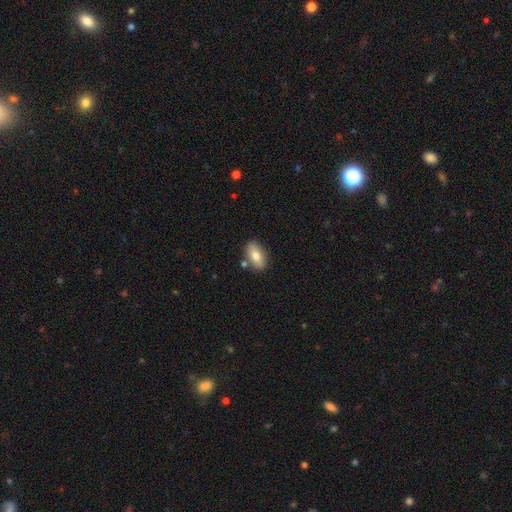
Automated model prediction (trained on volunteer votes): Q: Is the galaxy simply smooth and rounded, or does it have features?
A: smooth — 77%.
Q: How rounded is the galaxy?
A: in between — 91%.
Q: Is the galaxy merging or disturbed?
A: none — 79%.